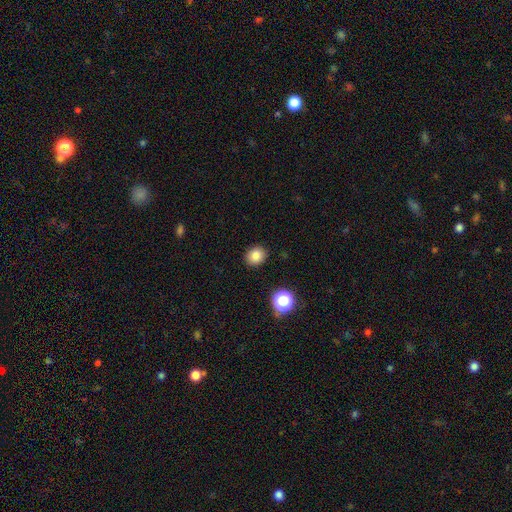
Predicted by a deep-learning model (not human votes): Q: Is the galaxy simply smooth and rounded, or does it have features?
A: smooth — 83%.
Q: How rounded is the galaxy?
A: round — 65%.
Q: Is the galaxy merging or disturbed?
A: none — 89%.